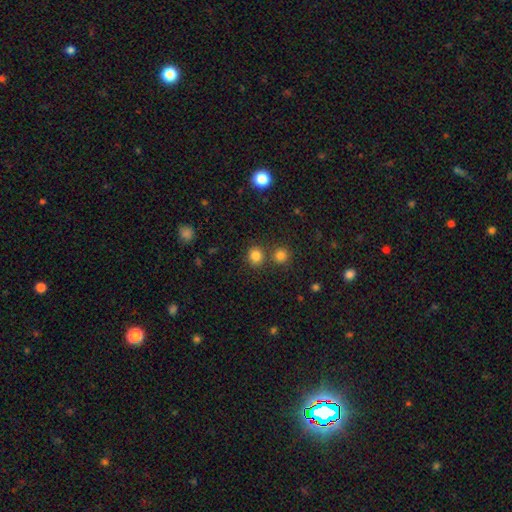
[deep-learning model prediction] A smooth galaxy with no disk features (82%) that is round (84%).

Vote fractions:
- Smooth or featured? smooth: 82% / star or artifact: 13% / featured or disk: 5%
- How rounded? round: 84% / in between: 15% / cigar-shaped: 1%
- Merging? none: 74% / merger: 15% / minor disturbance: 7% / major disturbance: 3%